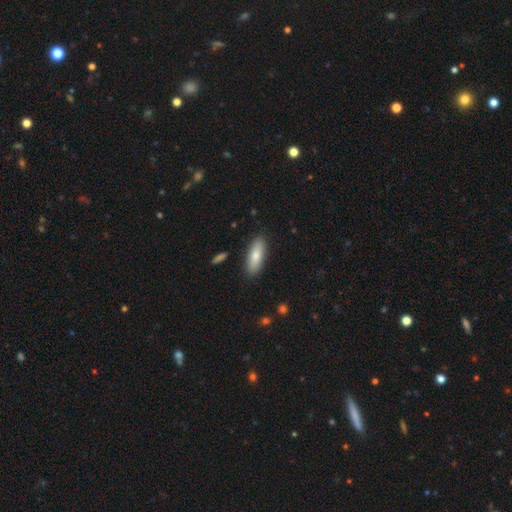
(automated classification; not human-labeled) Smooth or featured? smooth (78%)
How rounded? in between (65%)
Merging? none (87%)